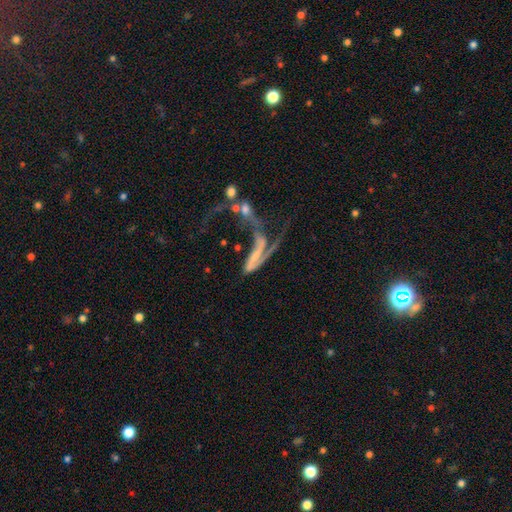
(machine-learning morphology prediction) type=featured or disk (70%); edge-on=no (84%); bar=no (47%); spiral arms=yes (69%); bulge=small (44%); merging=merger (50%).